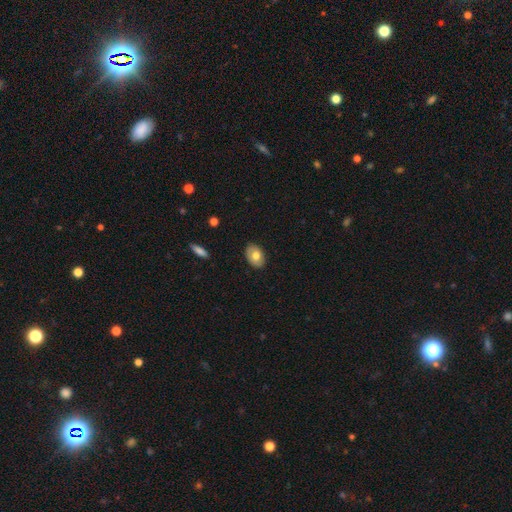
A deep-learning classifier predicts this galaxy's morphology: This is likely a smooth galaxy (72%). How rounded: clearly in between (85%). Merging: clearly none (86%).